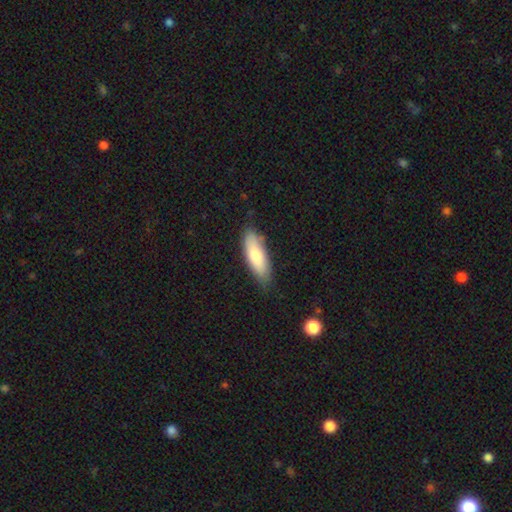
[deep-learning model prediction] This appears to be a smooth galaxy with no disk features (74%) that is in between round and cigar-shaped (59%). Merging: none (79%).